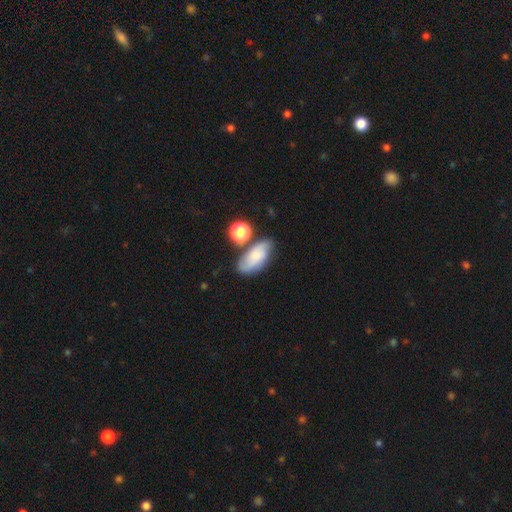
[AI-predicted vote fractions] Smooth or featured? smooth (58%)
How rounded? in between (86%)
Merging? none (57%)